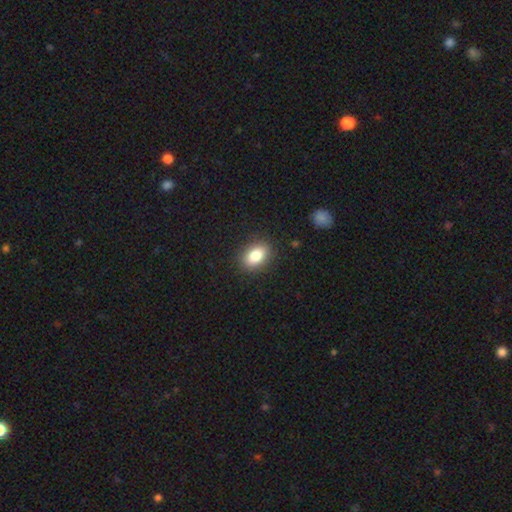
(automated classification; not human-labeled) This appears to be a smooth galaxy with no disk features (84%) that is in between round and cigar-shaped (82%). Merging: none (88%).